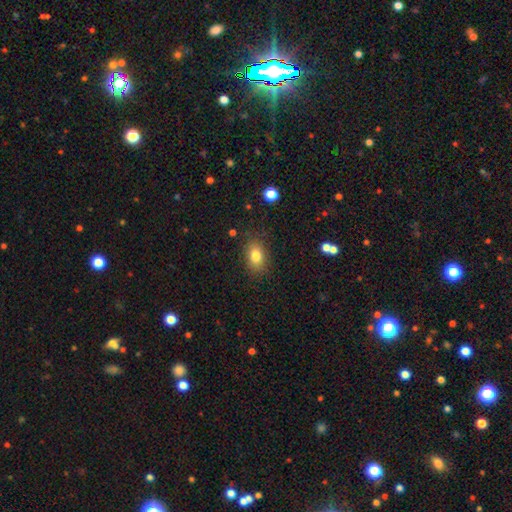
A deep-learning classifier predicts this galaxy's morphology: A smooth galaxy with no disk features (81%) that is in between round and cigar-shaped (80%). Merging: none (82%).